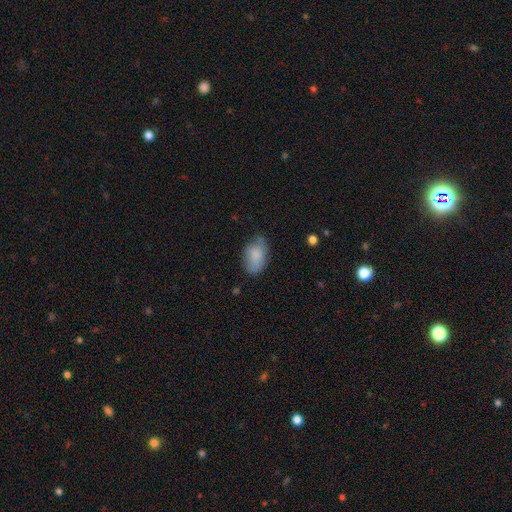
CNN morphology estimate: A smooth galaxy with no disk features (83%) that is in between round and cigar-shaped (92%). Merging: none (62%).